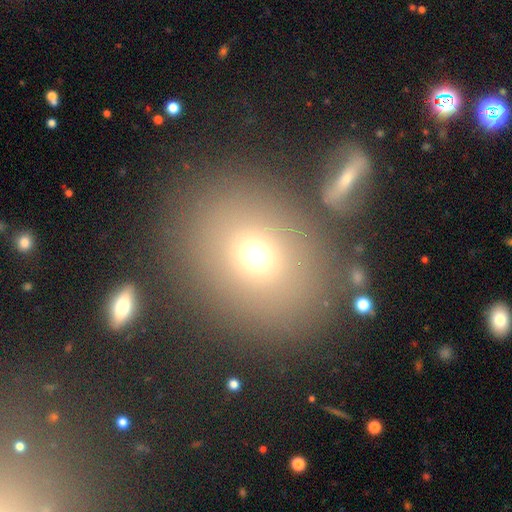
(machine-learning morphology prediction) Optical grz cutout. It shows a smooth galaxy with no disk features (69%) that is round (52%). Merging: none (77%).